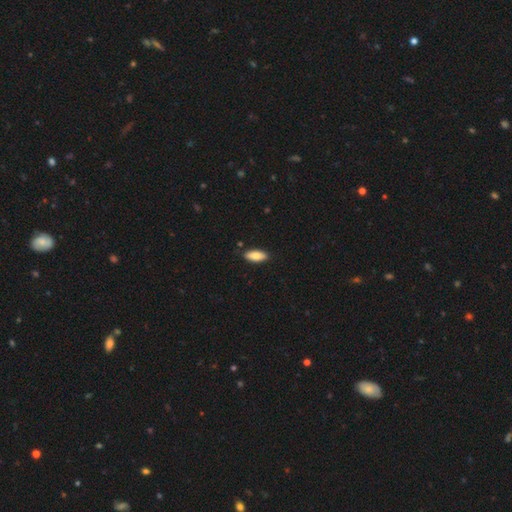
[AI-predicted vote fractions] Morphology: type=smooth (83%); roundness=in between (83%); merging=none (87%).